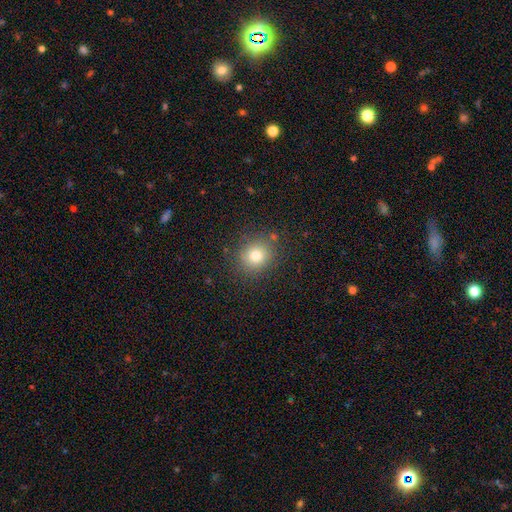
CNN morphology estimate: smooth-or-featured: smooth: 77% | star or artifact: 14% | featured or disk: 9%
  how-rounded: round: 79% | in between: 20% | cigar-shaped: 1%
  merging: none: 84% | minor disturbance: 10% | major disturbance: 4% | merger: 2%